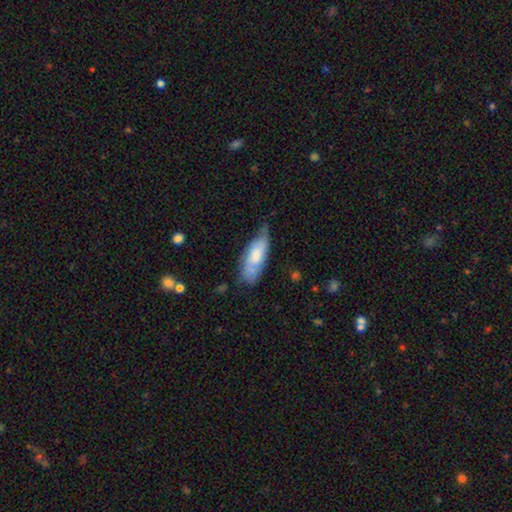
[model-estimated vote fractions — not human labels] Q: Smooth or featured?
A: smooth (64%); runner-up: featured or disk (30%)
Q: How rounded?
A: in between (70%); runner-up: cigar-shaped (28%)
Q: Merging?
A: none (48%); runner-up: minor disturbance (39%)